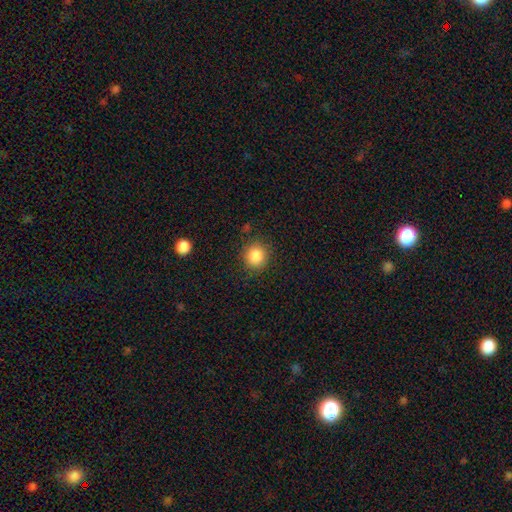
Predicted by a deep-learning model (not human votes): Smooth or featured: smooth — 87% (star or artifact — 9%)
How rounded: round — 88% (in between — 11%)
Merging: none — 86% (minor disturbance — 10%)